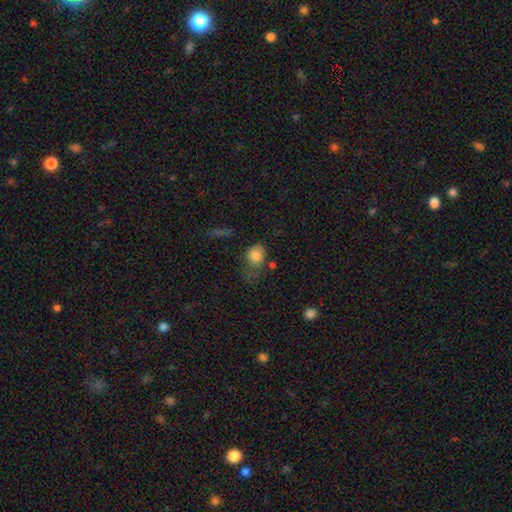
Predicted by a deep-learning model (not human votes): This is likely a smooth galaxy (79%). How rounded: possibly in between (52%). Merging: marginally major disturbance (32%).